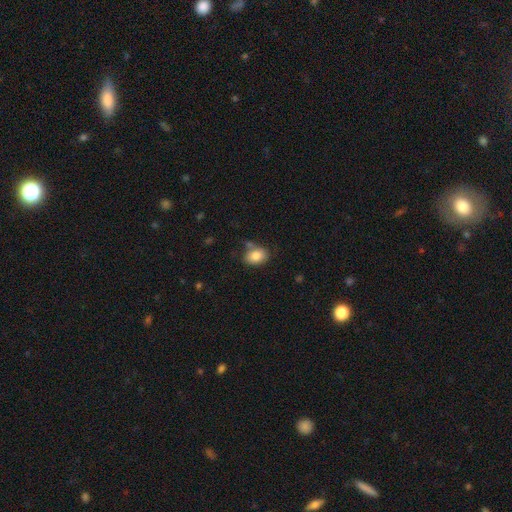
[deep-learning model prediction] A smooth galaxy with no disk features (83%) that is in between round and cigar-shaped (78%). Merging: none (66%).